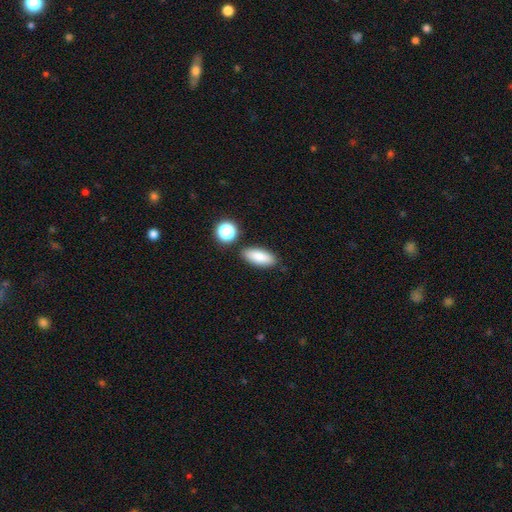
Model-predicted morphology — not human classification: type=smooth (85%); roundness=in between (78%); merging=none (83%).